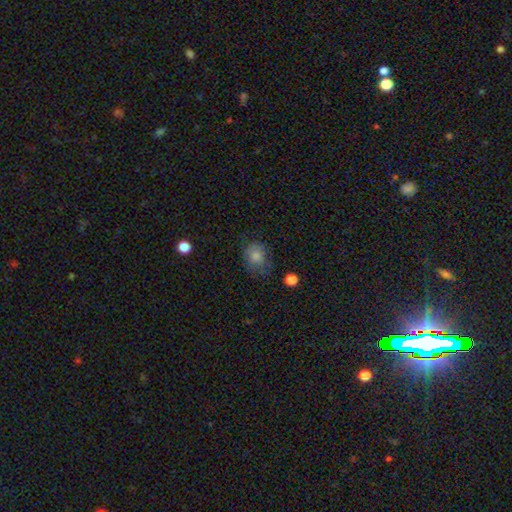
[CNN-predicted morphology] Q: Smooth or featured?
A: smooth (73%); runner-up: star or artifact (15%)
Q: How rounded?
A: round (63%); runner-up: in between (36%)
Q: Merging?
A: none (65%); runner-up: minor disturbance (24%)